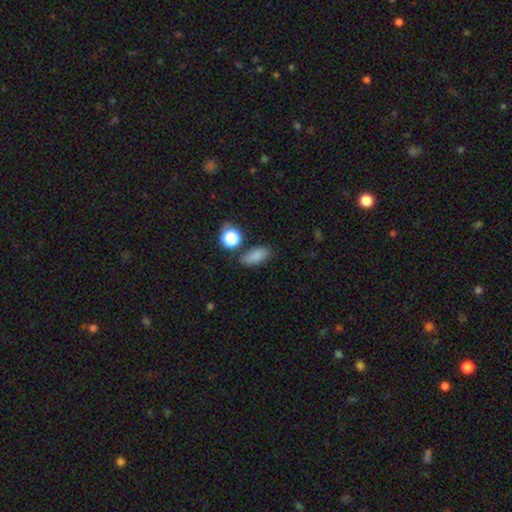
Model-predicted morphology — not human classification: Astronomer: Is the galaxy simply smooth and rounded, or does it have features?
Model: smooth — 79%.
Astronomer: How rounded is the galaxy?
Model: in between — 79%.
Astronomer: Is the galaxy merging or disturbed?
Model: none — 75%.